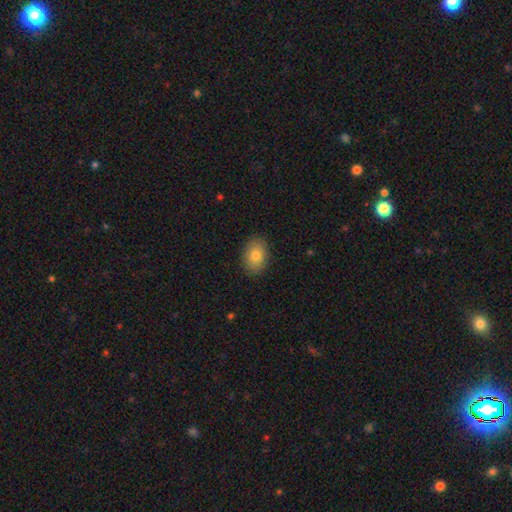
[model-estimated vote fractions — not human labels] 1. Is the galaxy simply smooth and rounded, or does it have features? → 81% smooth, 11% featured or disk, 8% star or artifact.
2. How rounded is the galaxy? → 82% in between, 17% round, 1% cigar-shaped.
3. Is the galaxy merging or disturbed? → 88% none, 9% minor disturbance, 2% major disturbance, 1% merger.